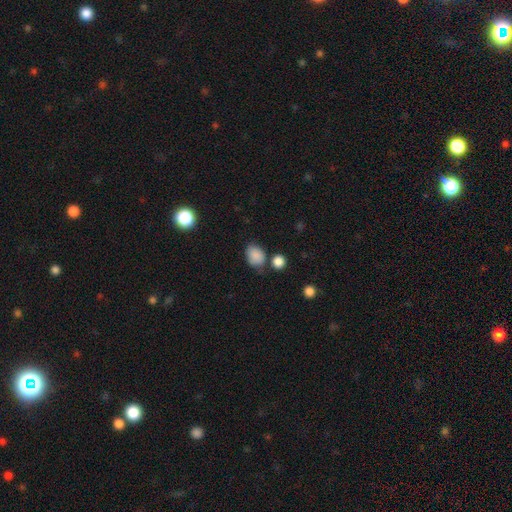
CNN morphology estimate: Smooth or featured? Predicted: smooth (p=0.86). How rounded? Predicted: in between (p=0.64). Merging? Predicted: none (p=0.64).